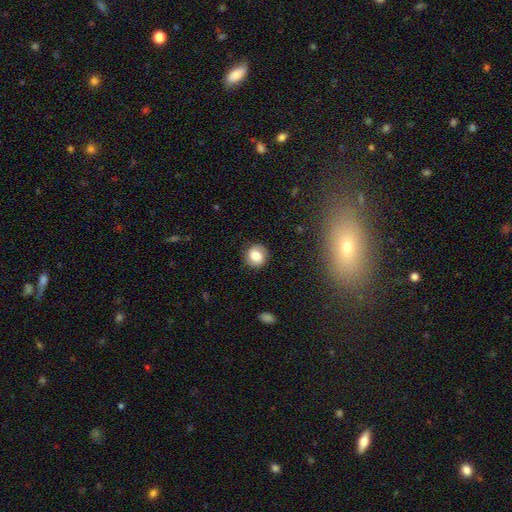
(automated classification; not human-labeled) Overall: smooth (69%). How rounded: round (85%). Merging: none (84%).